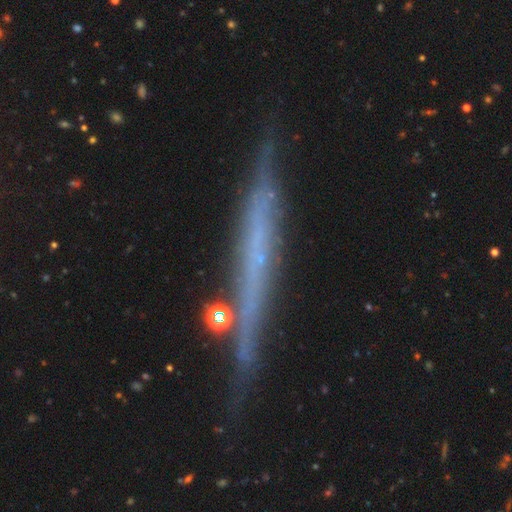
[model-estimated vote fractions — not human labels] smooth_or_featured: featured or disk (p=0.62) [alt: smooth p=0.24]
disk_edge_on: yes (p=0.92) [alt: no p=0.08]
edge_on_bulge: none (p=0.88) [alt: rounded p=0.07]
merging: none (p=0.77) [alt: minor disturbance p=0.17]